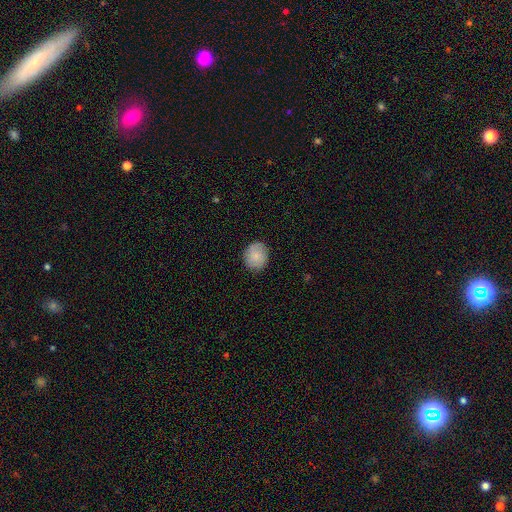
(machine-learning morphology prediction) This appears to be a smooth galaxy with no disk features (78%) that is round (76%). Merging: none (84%).